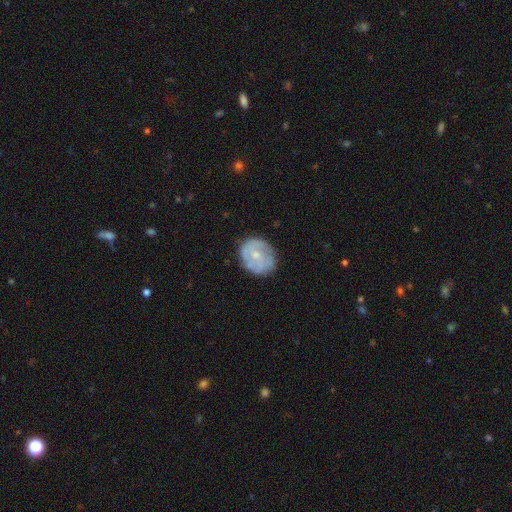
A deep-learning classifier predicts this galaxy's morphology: Smooth or featured? Predicted: featured or disk (p=0.53). Edge-on disk? Predicted: no (p=0.97). Bar? Predicted: no (p=0.75). Spiral arms? Predicted: yes (p=0.57). Bulge size? Predicted: small (p=0.64). Merging? Predicted: none (p=0.74).